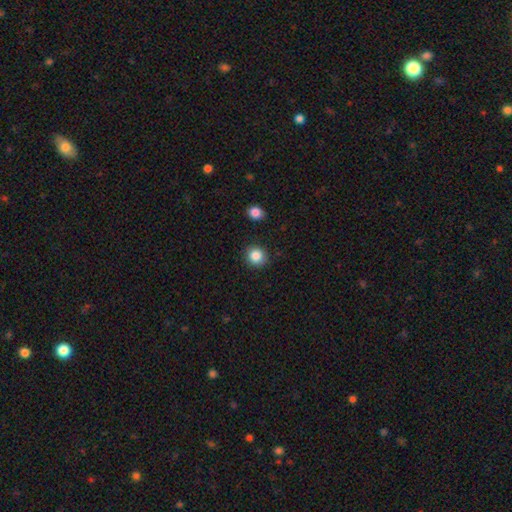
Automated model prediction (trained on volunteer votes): Morphology: type=smooth (86%); roundness=round (88%); merging=none (89%).